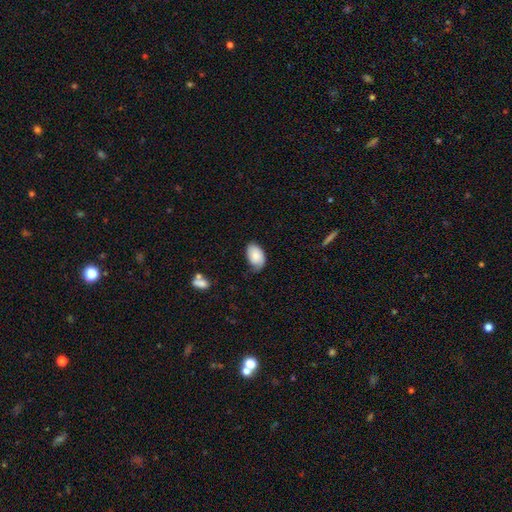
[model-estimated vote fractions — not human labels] This appears to be a smooth galaxy with no disk features (77%) that is in between round and cigar-shaped (91%). Merging: none (52%).